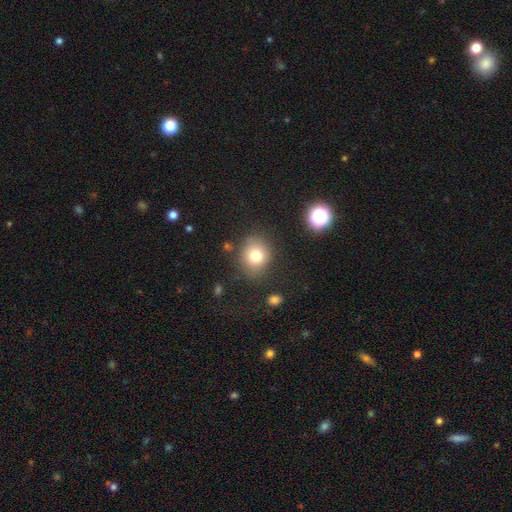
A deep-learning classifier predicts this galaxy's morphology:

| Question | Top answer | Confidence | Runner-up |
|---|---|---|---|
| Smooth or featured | smooth | 77% | star or artifact (12%) |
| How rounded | round | 72% | in between (27%) |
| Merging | none | 79% | minor disturbance (13%) |